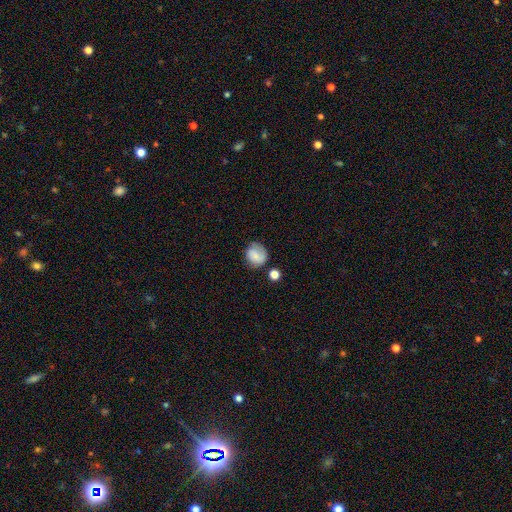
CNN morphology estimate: Smooth or featured? smooth (65%)
How rounded? round (78%)
Merging? none (62%)